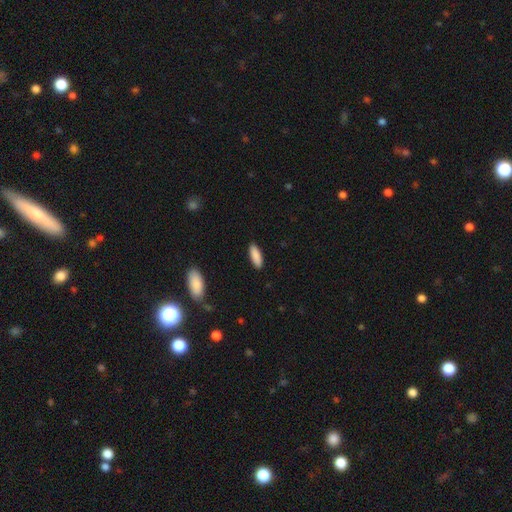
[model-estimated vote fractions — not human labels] A smooth galaxy with no disk features (89%) that is in between round and cigar-shaped (67%). Merging: none (89%).